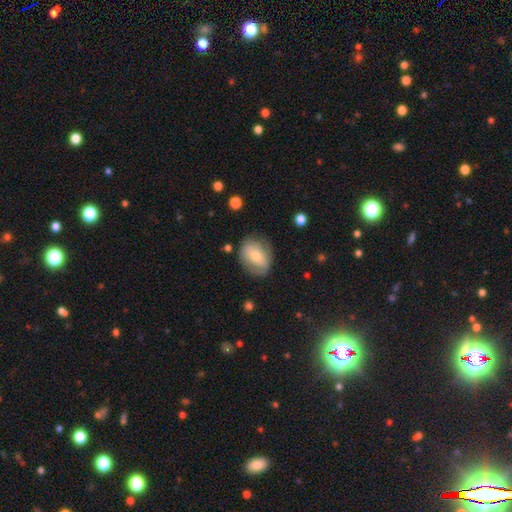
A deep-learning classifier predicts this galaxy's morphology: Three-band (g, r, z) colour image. It shows a smooth galaxy with no disk features (54%) that is in between round and cigar-shaped (59%). Merging: none (70%).